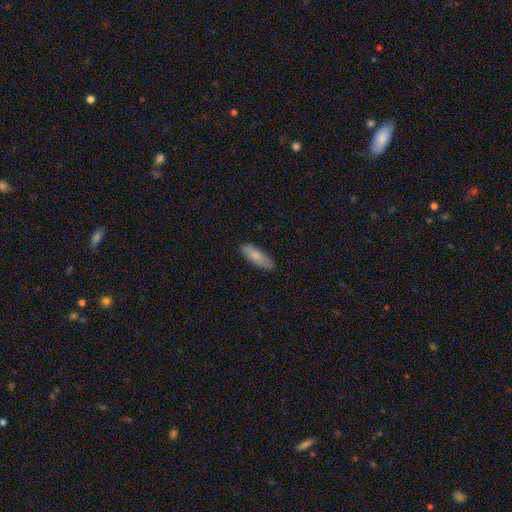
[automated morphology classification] type=smooth (78%); roundness=in between (56%); merging=none (84%).